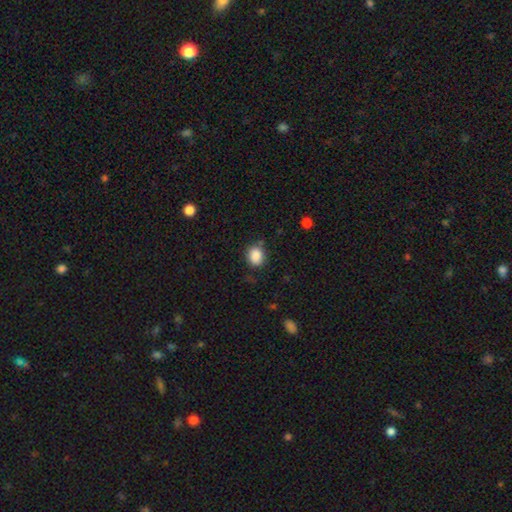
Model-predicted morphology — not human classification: smooth-or-featured: smooth: 86% | star or artifact: 9% | featured or disk: 5%
  how-rounded: round: 55% | in between: 44% | cigar-shaped: 1%
  merging: none: 75% | minor disturbance: 18% | major disturbance: 4% | merger: 3%